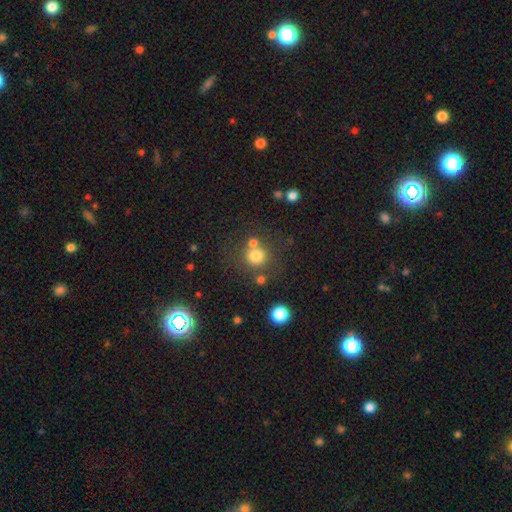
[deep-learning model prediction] A smooth galaxy with no disk features (75%) that is round (89%). Merging: none (66%).